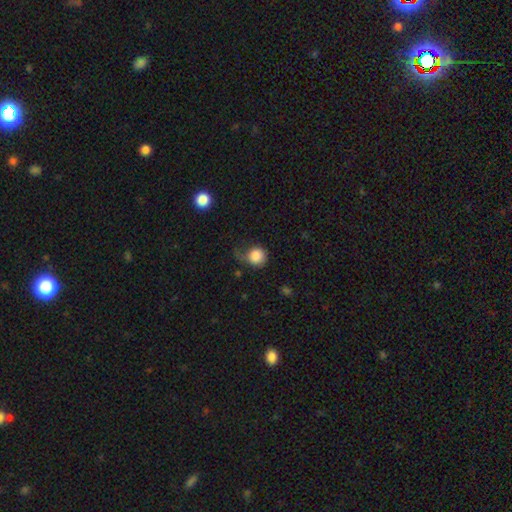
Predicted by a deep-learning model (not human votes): smooth-or-featured: smooth: 84% | featured or disk: 8% | star or artifact: 8%
  how-rounded: round: 86% | in between: 13% | cigar-shaped: 1%
  merging: none: 41% | minor disturbance: 30% | major disturbance: 26% | merger: 3%